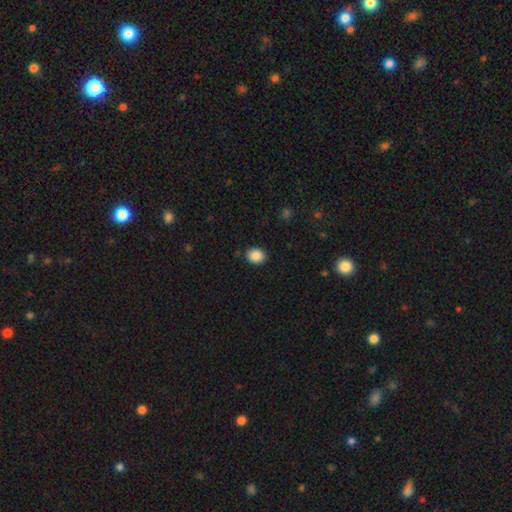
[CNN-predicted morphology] type=smooth (88%); roundness=round (51%); merging=none (89%).